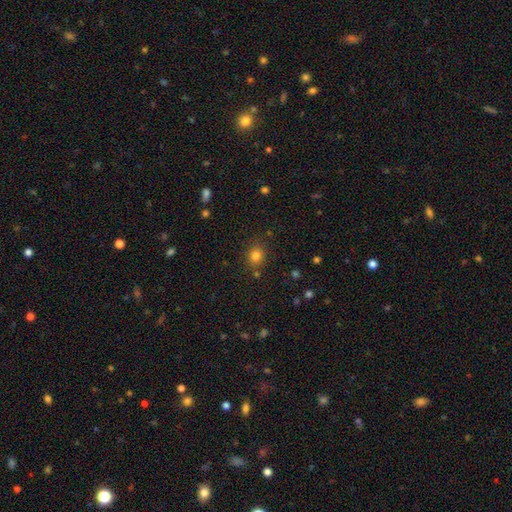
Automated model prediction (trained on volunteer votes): smooth 80%, star or artifact 14%, featured or disk 6%. Down the decision tree: how rounded — round (72%); merging — none (82%).